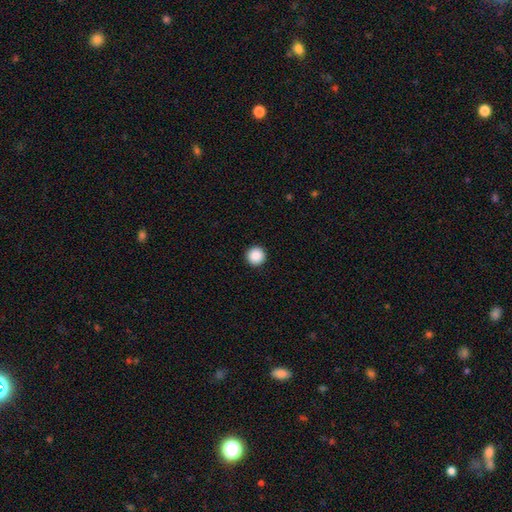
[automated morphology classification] Q: Smooth or featured?
A: smooth (89%); runner-up: star or artifact (9%)
Q: How rounded?
A: round (96%); runner-up: in between (3%)
Q: Merging?
A: none (94%); runner-up: minor disturbance (4%)